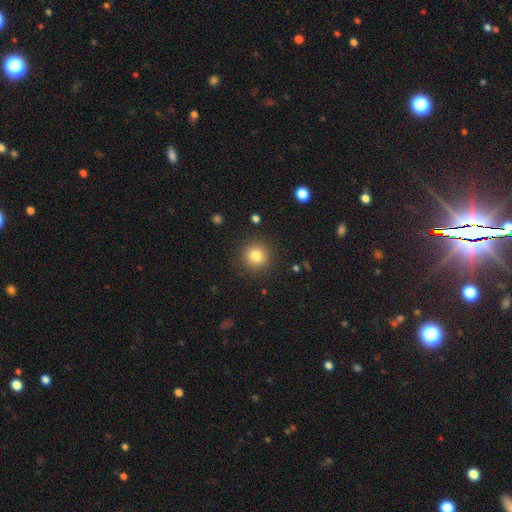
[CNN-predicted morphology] Smooth or featured?
  - smooth: 81% *
  - star or artifact: 11%
  - featured or disk: 7%
How rounded?
  - round: 93% *
  - in between: 6%
  - cigar-shaped: 1%
Merging?
  - none: 90% *
  - minor disturbance: 7%
  - major disturbance: 2%
  - merger: 1%